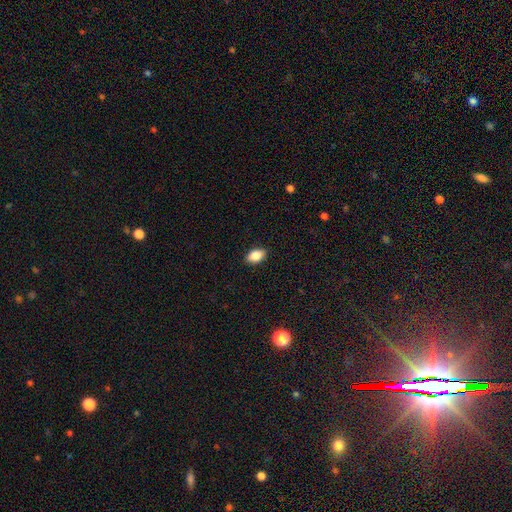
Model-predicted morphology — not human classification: Smooth or featured: smooth — 84% (star or artifact — 8%)
How rounded: in between — 90% (round — 7%)
Merging: none — 88% (minor disturbance — 9%)